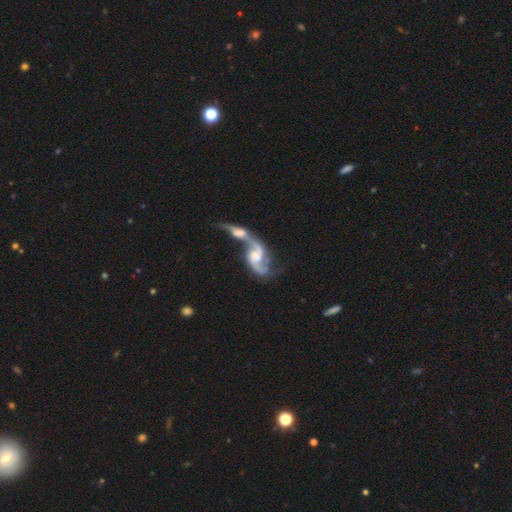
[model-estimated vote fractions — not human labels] Smooth or featured?
  - featured or disk: 88% *
  - smooth: 7%
  - star or artifact: 5%
Edge-on disk?
  - no: 95% *
  - yes: 5%
Bar?
  - no: 46% *
  - weak: 41%
  - strong: 12%
Spiral arms?
  - yes: 95% *
  - no: 5%
Spiral winding?
  - loose: 65% *
  - medium: 28%
  - tight: 7%
Spiral arm count?
  - 2: 90% *
  - can't tell: 4%
  - 1: 3%
  - 3: 2%
  - 4: 1%
  - more than 4: 1%
Bulge size?
  - moderate: 44% *
  - small: 35%
  - none: 11%
  - large: 8%
  - dominant: 2%
Merging?
  - merger: 69% *
  - none: 16%
  - major disturbance: 8%
  - minor disturbance: 7%